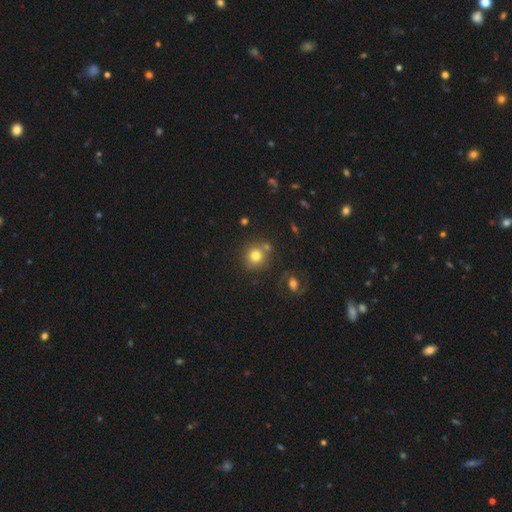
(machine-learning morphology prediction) Smooth or featured: smooth — 78% (star or artifact — 12%)
How rounded: round — 90% (in between — 9%)
Merging: none — 73% (merger — 14%)